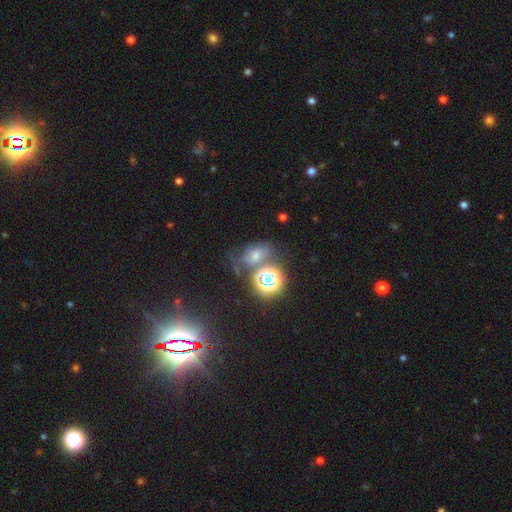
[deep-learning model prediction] Morphology: type=star or artifact (46%).